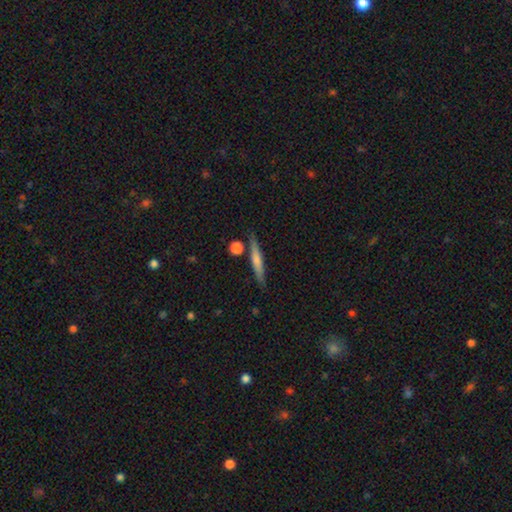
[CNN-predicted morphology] Smooth or featured? smooth (49%)
Merging? none (85%)